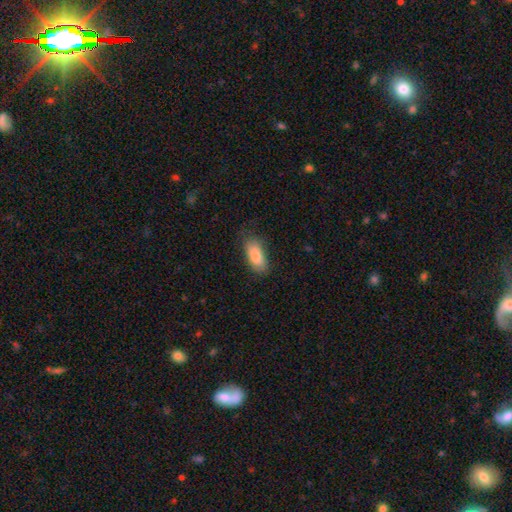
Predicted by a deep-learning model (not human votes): smooth 87%, featured or disk 7%, star or artifact 6%. Down the decision tree: how rounded — in between (84%); merging — none (73%).